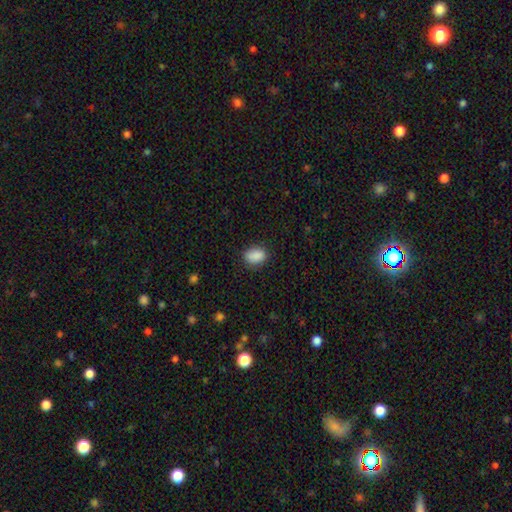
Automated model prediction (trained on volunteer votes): This appears to be a smooth galaxy with no disk features (89%) that is in between round and cigar-shaped (76%). Merging: none (83%).